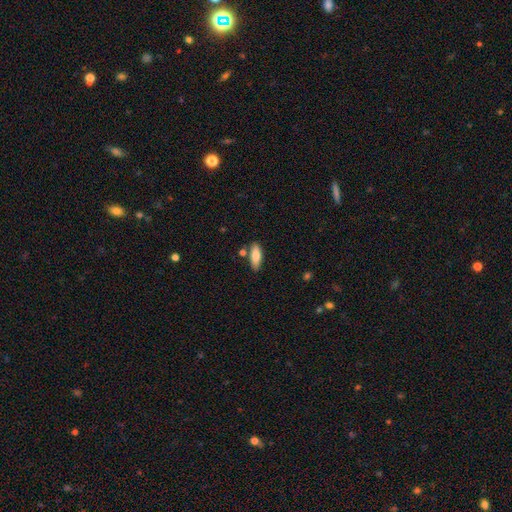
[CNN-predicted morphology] This appears to be a smooth galaxy with no disk features (82%) that is in between round and cigar-shaped (67%). Merging: none (78%).